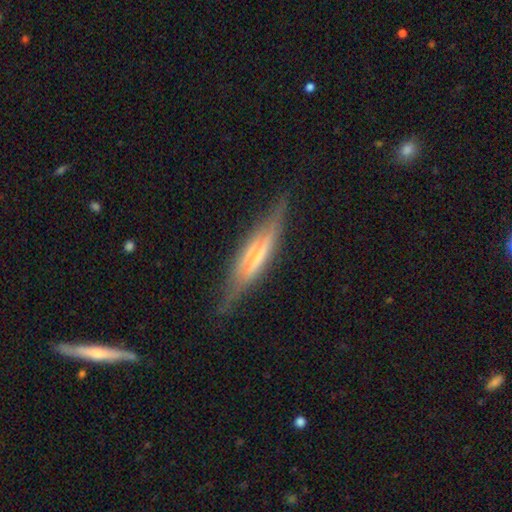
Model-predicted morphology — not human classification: Smooth or featured? Predicted: featured or disk (p=0.75). Edge-on disk? Predicted: yes (p=0.94). Edge-on bulge? Predicted: rounded (p=0.52). Merging? Predicted: none (p=0.80).